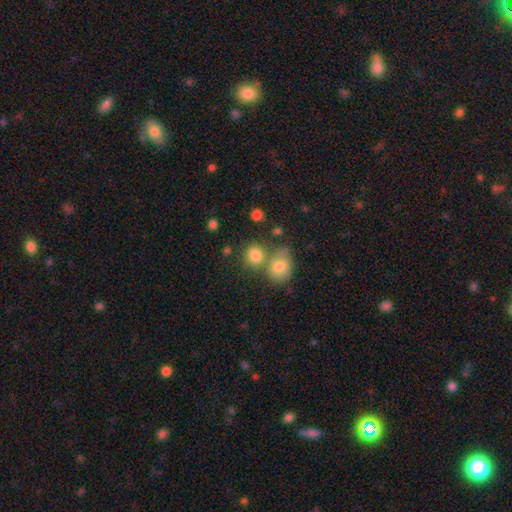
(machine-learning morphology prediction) A smooth galaxy with no disk features (82%) that is round (69%).

Vote fractions:
- Smooth or featured? smooth: 82% / star or artifact: 11% / featured or disk: 7%
- How rounded? round: 69% / in between: 29% / cigar-shaped: 1%
- Merging? none: 51% / merger: 34% / minor disturbance: 11% / major disturbance: 4%